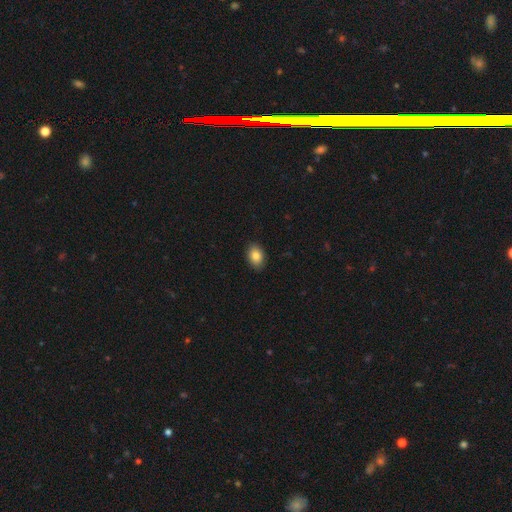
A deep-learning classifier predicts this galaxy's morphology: Smooth or featured? Predicted: smooth (p=0.84). How rounded? Predicted: in between (p=0.81). Merging? Predicted: none (p=0.89).